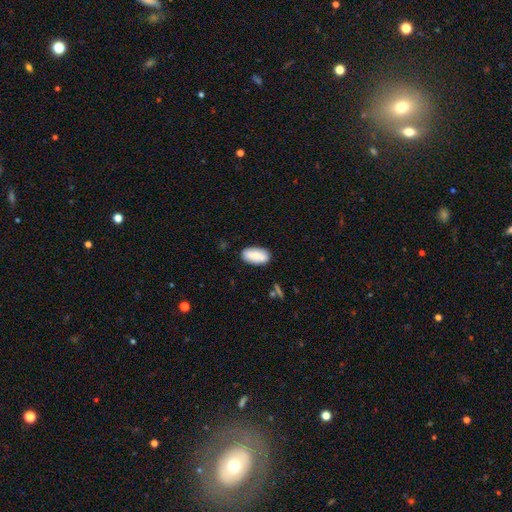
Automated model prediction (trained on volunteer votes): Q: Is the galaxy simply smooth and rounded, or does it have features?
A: smooth — 83%.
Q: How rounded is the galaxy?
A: in between — 93%.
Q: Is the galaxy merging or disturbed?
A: none — 83%.